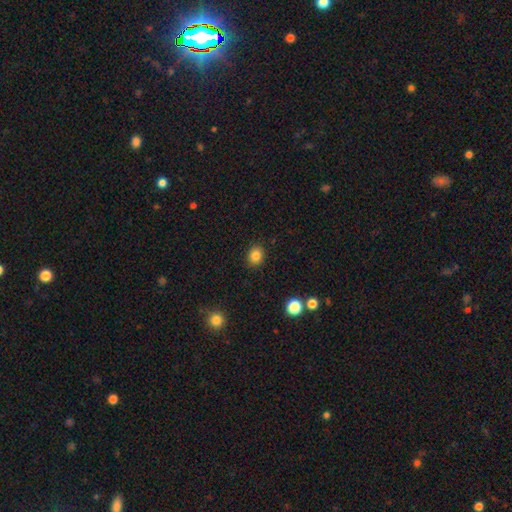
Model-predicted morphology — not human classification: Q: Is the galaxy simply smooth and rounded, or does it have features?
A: smooth — 83%.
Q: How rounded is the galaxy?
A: round — 59%.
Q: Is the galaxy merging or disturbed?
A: none — 89%.